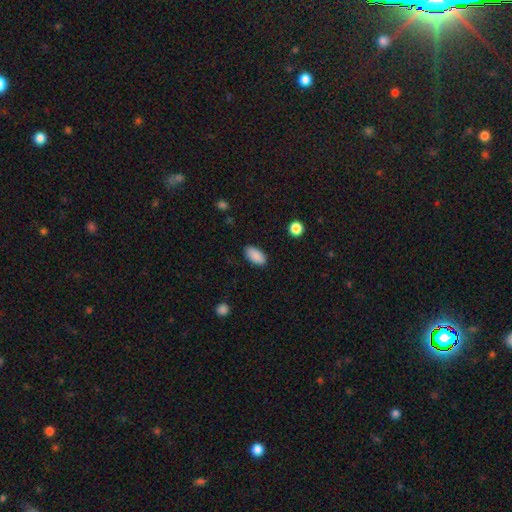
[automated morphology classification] Q: Smooth or featured?
A: smooth (90%); runner-up: star or artifact (7%)
Q: How rounded?
A: in between (94%); runner-up: cigar-shaped (3%)
Q: Merging?
A: none (88%); runner-up: minor disturbance (8%)